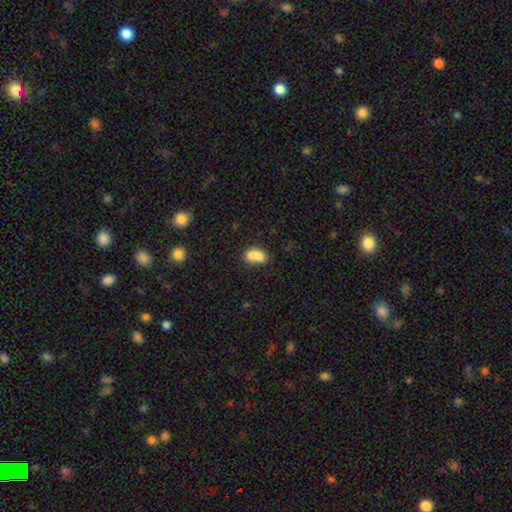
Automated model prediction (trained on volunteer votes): A smooth galaxy with no disk features (72%) that is in between round and cigar-shaped (61%).

Vote fractions:
- Smooth or featured? smooth: 72% / featured or disk: 18% / star or artifact: 10%
- How rounded? in between: 61% / round: 37% / cigar-shaped: 1%
- Merging? merger: 66% / none: 22% / minor disturbance: 8% / major disturbance: 4%